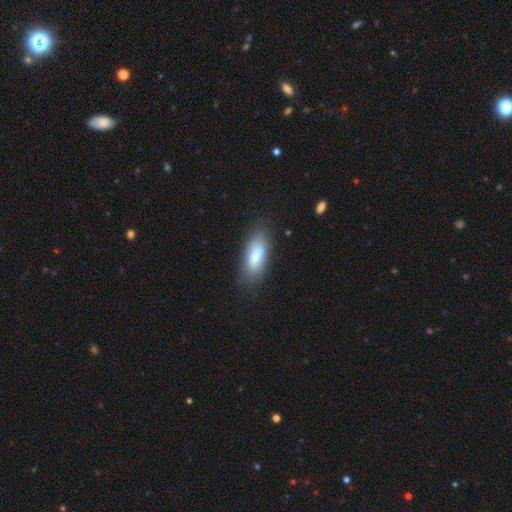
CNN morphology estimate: Smooth or featured?
  - smooth: 73% *
  - featured or disk: 20%
  - star or artifact: 8%
How rounded?
  - in between: 72% *
  - cigar-shaped: 25%
  - round: 2%
Merging?
  - none: 74% *
  - minor disturbance: 18%
  - major disturbance: 6%
  - merger: 3%